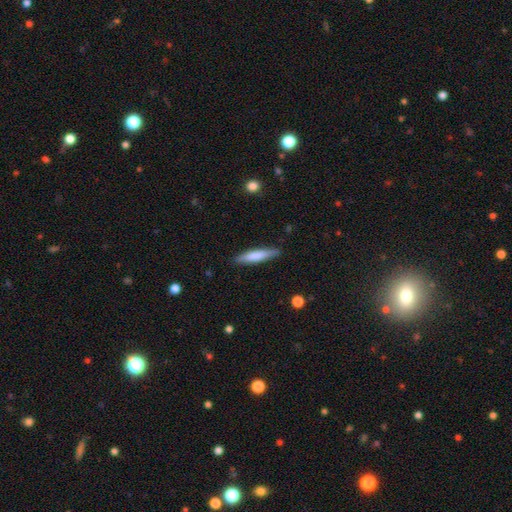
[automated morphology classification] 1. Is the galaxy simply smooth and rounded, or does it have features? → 73% smooth, 22% featured or disk, 5% star or artifact.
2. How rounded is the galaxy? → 85% cigar-shaped, 14% in between, 1% round.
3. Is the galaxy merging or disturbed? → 87% none, 10% minor disturbance, 2% major disturbance, 1% merger.